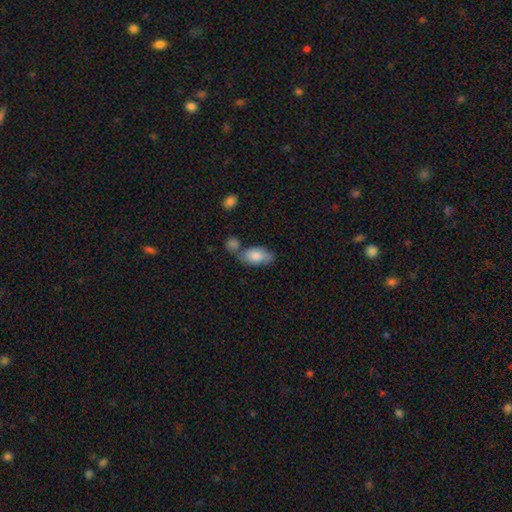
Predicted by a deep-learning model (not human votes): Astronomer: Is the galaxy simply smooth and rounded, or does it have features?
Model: smooth — 80%.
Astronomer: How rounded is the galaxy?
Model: in between — 92%.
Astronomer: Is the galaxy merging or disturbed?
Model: none — 49%.